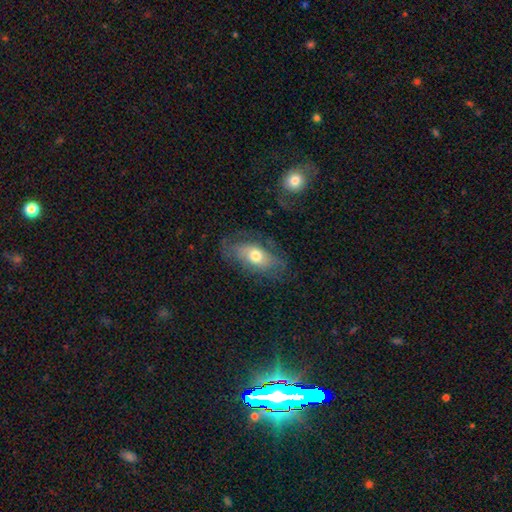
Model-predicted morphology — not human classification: Smooth or featured? smooth (50%)
How rounded? in between (86%)
Merging? none (63%)